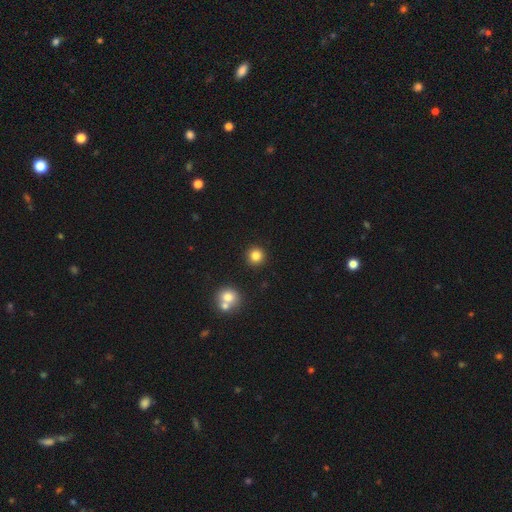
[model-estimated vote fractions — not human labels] This is clearly a smooth galaxy (83%). How rounded: clearly round (94%). Merging: clearly none (90%).